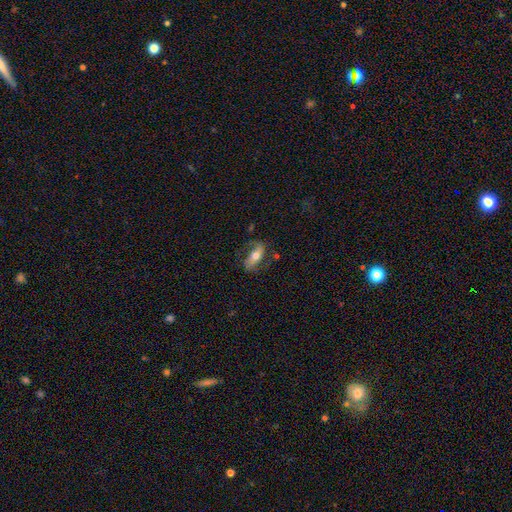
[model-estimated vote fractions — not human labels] Smooth or featured: featured or disk — 53% (smooth — 40%)
Edge-on disk: no — 82% (yes — 18%)
Merging: none — 66% (minor disturbance — 20%)